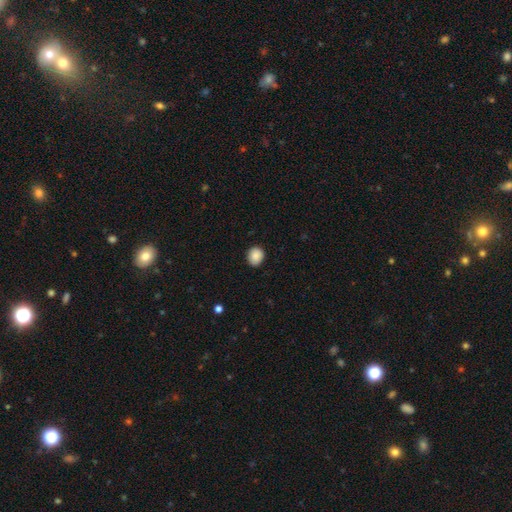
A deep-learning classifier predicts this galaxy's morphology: A smooth galaxy with no disk features (88%) that is round (76%). Merging: none (89%).